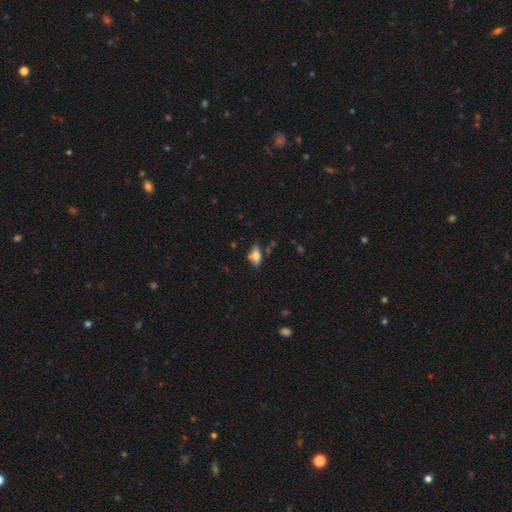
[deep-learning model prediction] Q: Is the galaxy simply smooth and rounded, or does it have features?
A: smooth — 69%.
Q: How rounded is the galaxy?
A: in between — 83%.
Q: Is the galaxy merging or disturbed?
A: none — 53%.